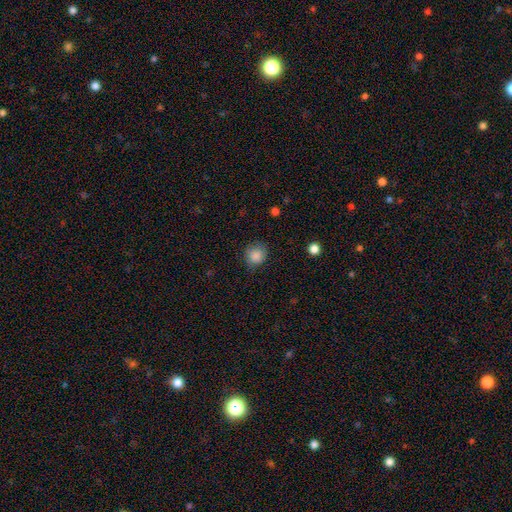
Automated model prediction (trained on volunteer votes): A smooth galaxy with no disk features (86%) that is round (82%).

Vote fractions:
- Smooth or featured? smooth: 86% / star or artifact: 10% / featured or disk: 4%
- How rounded? round: 82% / in between: 17% / cigar-shaped: 1%
- Merging? none: 76% / minor disturbance: 18% / major disturbance: 4% / merger: 1%